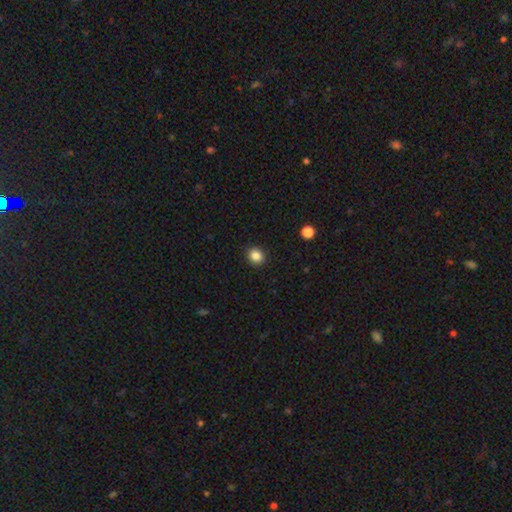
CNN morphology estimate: A smooth galaxy with no disk features (86%) that is round (75%). Merging: none (91%).